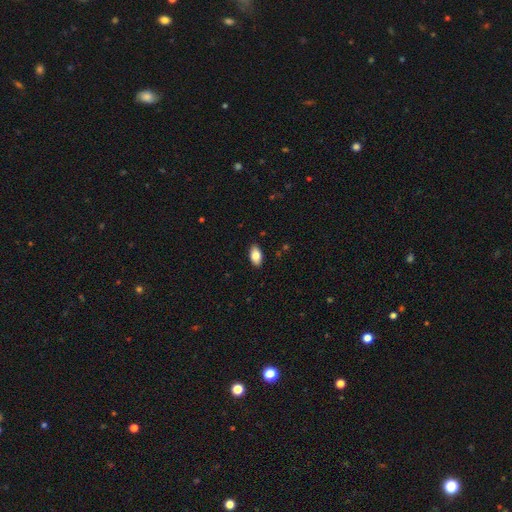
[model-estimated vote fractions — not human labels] This is clearly a smooth galaxy (84%). How rounded: clearly in between (93%). Merging: clearly none (89%).